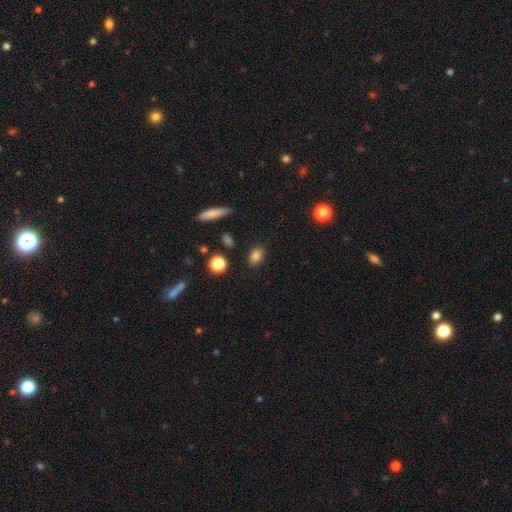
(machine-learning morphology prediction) This is clearly a smooth galaxy (84%). How rounded: likely in between (73%). Merging: clearly none (84%).